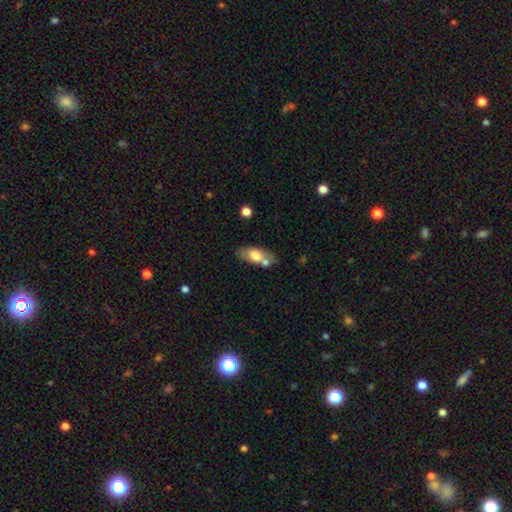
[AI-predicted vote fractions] Q: Smooth or featured?
A: smooth (65%); runner-up: featured or disk (28%)
Q: How rounded?
A: in between (84%); runner-up: cigar-shaped (11%)
Q: Merging?
A: none (54%); runner-up: merger (23%)